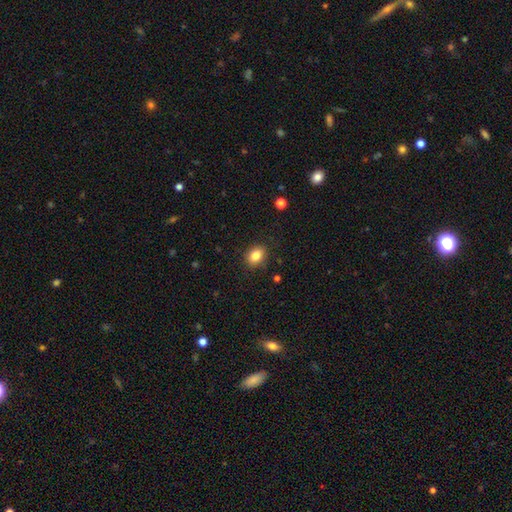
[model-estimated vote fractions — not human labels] Morphology: type=smooth (83%); roundness=in between (56%); merging=none (87%).